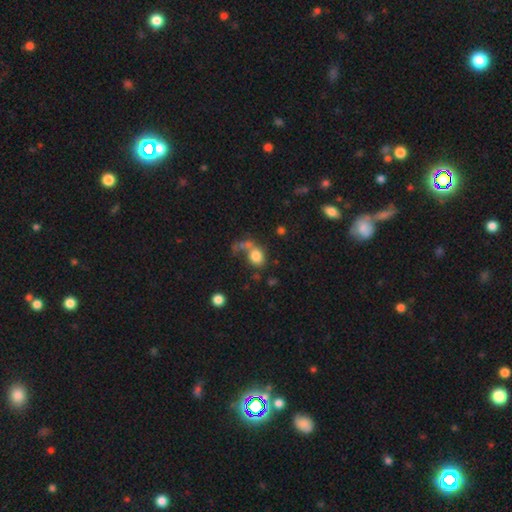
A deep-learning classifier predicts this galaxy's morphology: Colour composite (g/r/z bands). It shows a smooth galaxy with no disk features (77%) that is round (51%). Merging: none (38%).